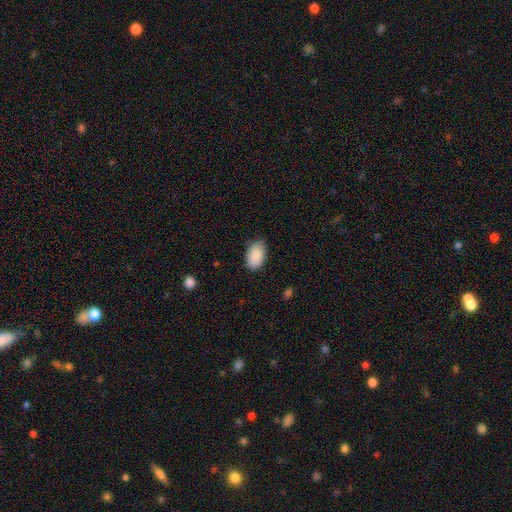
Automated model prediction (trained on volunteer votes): Smooth or featured: smooth — 90% (star or artifact — 6%)
How rounded: in between — 93% (round — 5%)
Merging: none — 81% (minor disturbance — 15%)